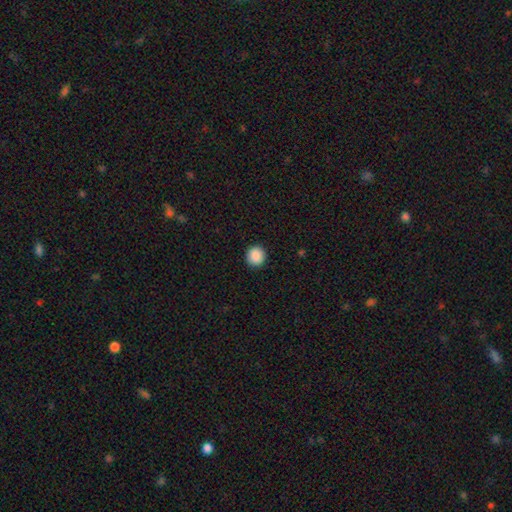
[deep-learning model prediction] Morphology: type=smooth (89%); roundness=round (93%); merging=none (93%).